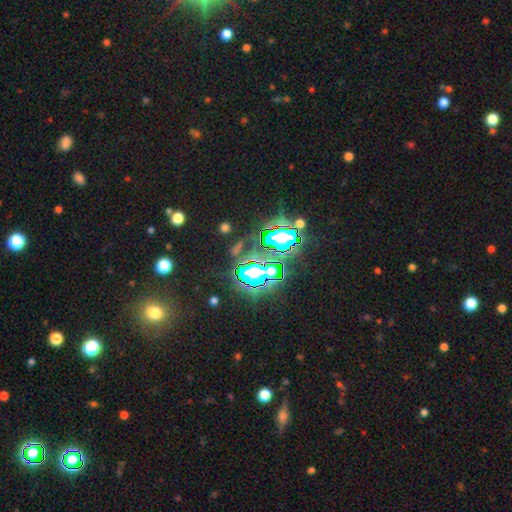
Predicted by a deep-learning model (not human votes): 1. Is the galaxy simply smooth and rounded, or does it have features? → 78% star or artifact, 13% smooth, 9% featured or disk.